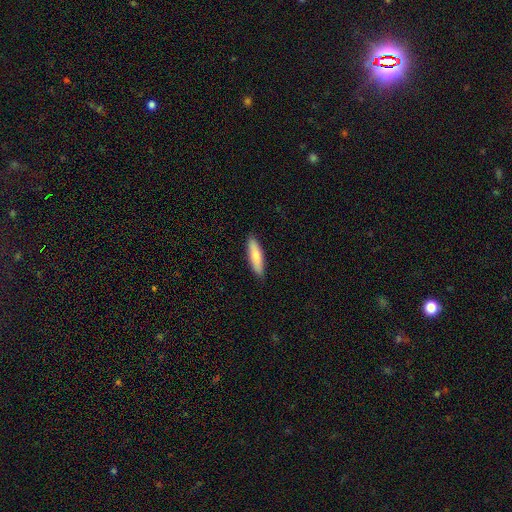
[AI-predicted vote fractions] A smooth galaxy with no disk features (80%) that is cigar-shaped (67%). Merging: none (88%).